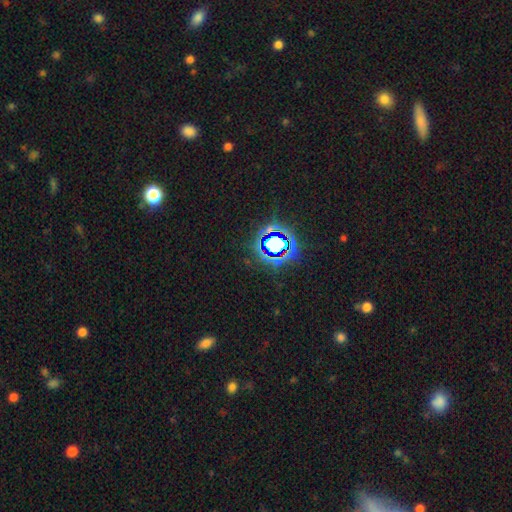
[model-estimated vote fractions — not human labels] Smooth or featured? Predicted: star or artifact (p=0.80).